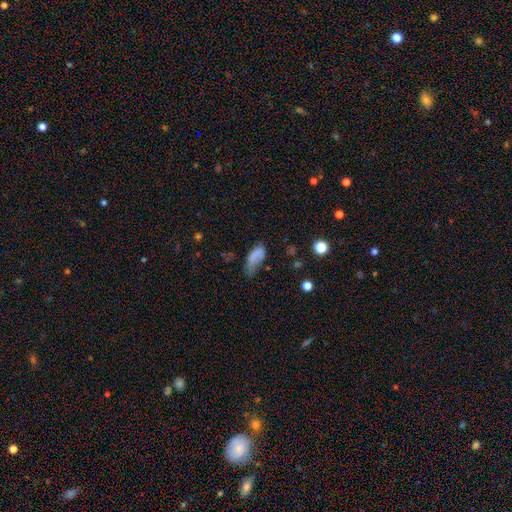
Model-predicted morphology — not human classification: The model was most divided on "merging": minor disturbance: 36%, major disturbance: 31%, none: 29%, merger: 4%. More confident: how rounded — in between (89%); smooth or featured — smooth (73%).